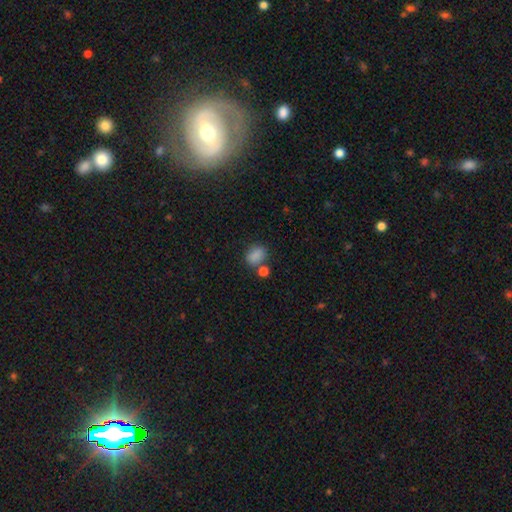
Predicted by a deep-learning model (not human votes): Overall: smooth (84%). How rounded: in between (67%; round 31%). Merging: none (63%).